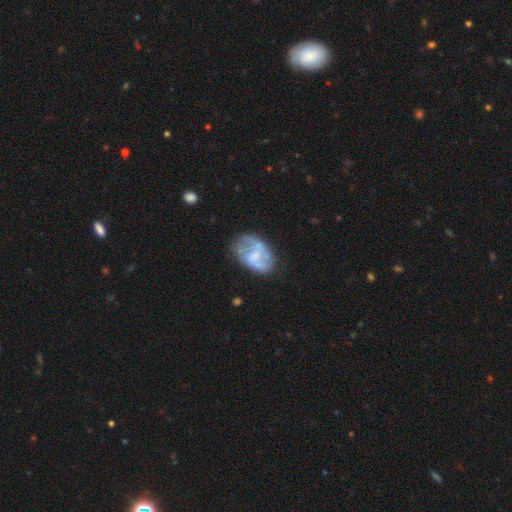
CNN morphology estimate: This is likely a featured or disk galaxy (66%). It is clearly not viewed edge-on (97%). Bar: possibly weak (47%). Spiral arm pattern: likely yes (72%). Central bulge: marginally none (42%). Merging: possibly none (57%).